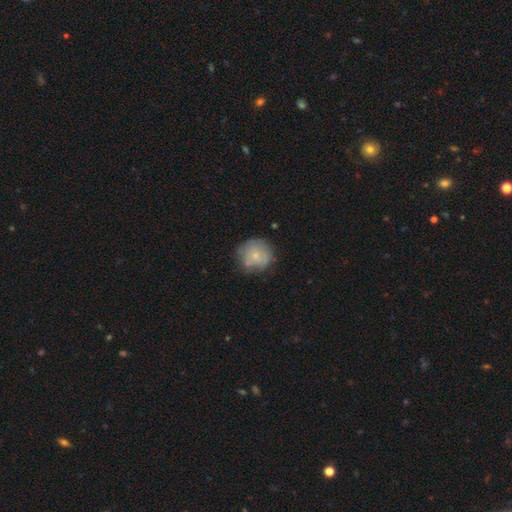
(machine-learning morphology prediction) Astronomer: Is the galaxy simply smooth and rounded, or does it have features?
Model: smooth — 62%.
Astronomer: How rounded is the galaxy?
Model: round — 90%.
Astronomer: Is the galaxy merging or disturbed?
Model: none — 63%.